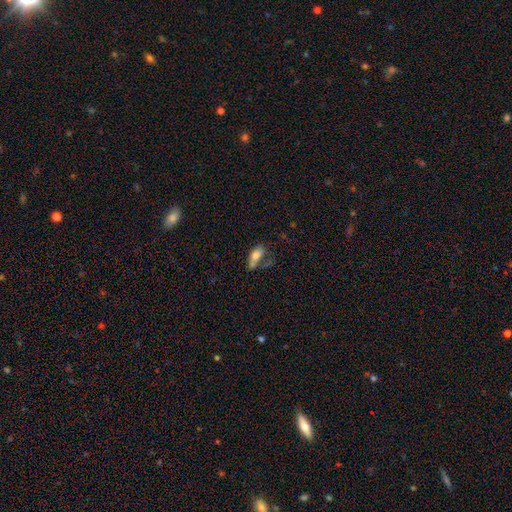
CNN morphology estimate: Overall: smooth (64%; featured or disk 27%). How rounded: in between (82%). Merging: none (32%; major disturbance 28%).